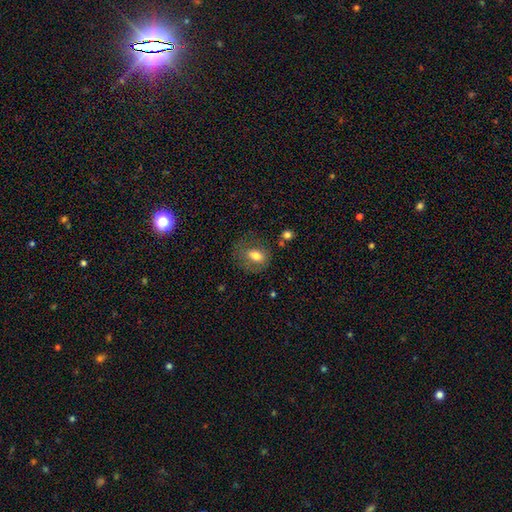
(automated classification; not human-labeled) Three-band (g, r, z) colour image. It shows a smooth galaxy with no disk features (69%) that is in between round and cigar-shaped (63%). Merging: none (56%).